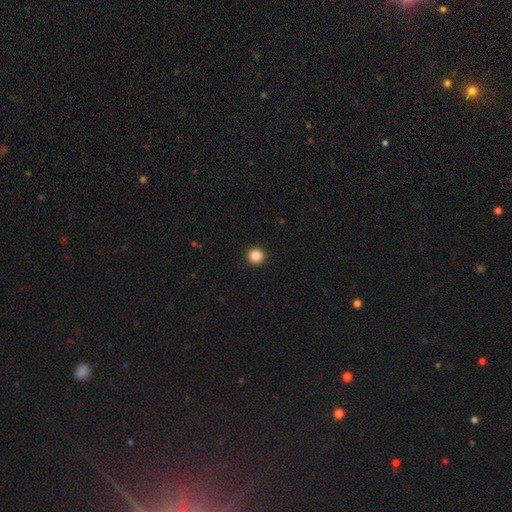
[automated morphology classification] A smooth galaxy with no disk features (87%) that is round (95%). Merging: none (93%).